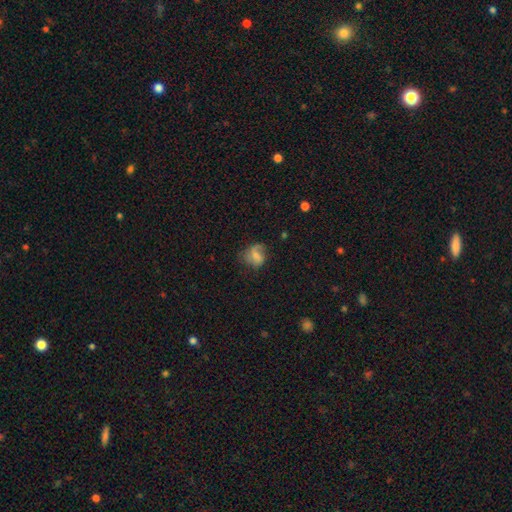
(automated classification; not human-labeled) smooth 51%, featured or disk 39%, star or artifact 10%. Down the decision tree: how rounded — round (56%); merging — none (48%).